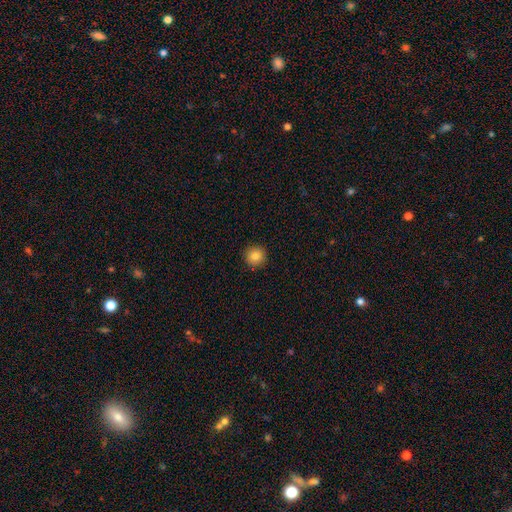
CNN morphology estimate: Smooth or featured?
  - smooth: 84% *
  - star or artifact: 10%
  - featured or disk: 6%
How rounded?
  - round: 95% *
  - in between: 4%
  - cigar-shaped: 1%
Merging?
  - none: 93% *
  - minor disturbance: 5%
  - major disturbance: 2%
  - merger: 1%